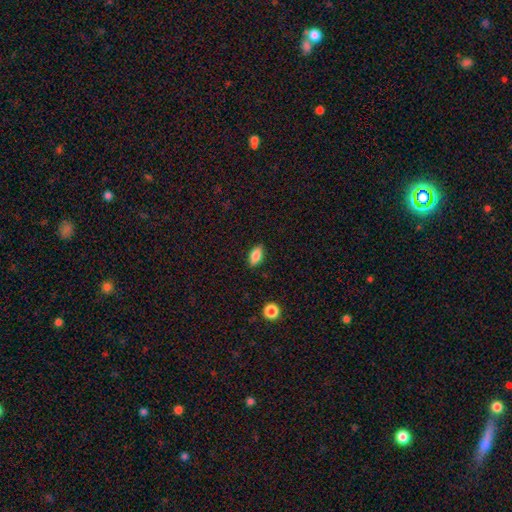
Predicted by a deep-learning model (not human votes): A smooth galaxy with no disk features (83%) that is in between round and cigar-shaped (89%).

Vote fractions:
- Smooth or featured? smooth: 83% / featured or disk: 9% / star or artifact: 8%
- How rounded? in between: 89% / cigar-shaped: 6% / round: 5%
- Merging? none: 88% / minor disturbance: 9% / major disturbance: 2% / merger: 1%